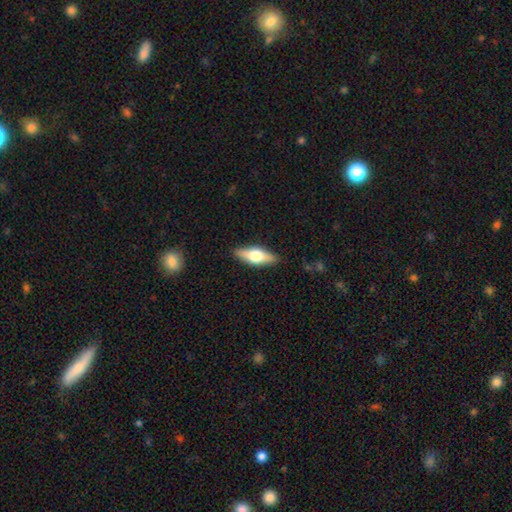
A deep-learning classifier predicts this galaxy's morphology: This appears to be a smooth galaxy with no disk features (49%). Merging: none (88%).